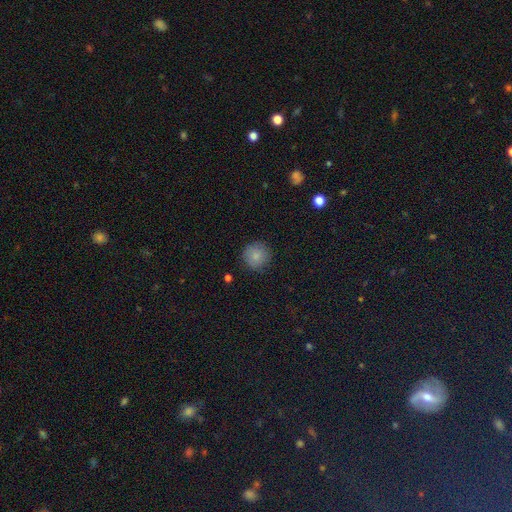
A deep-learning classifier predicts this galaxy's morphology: Smooth or featured: smooth — 84% (star or artifact — 9%)
How rounded: round — 94% (in between — 5%)
Merging: none — 86% (minor disturbance — 10%)